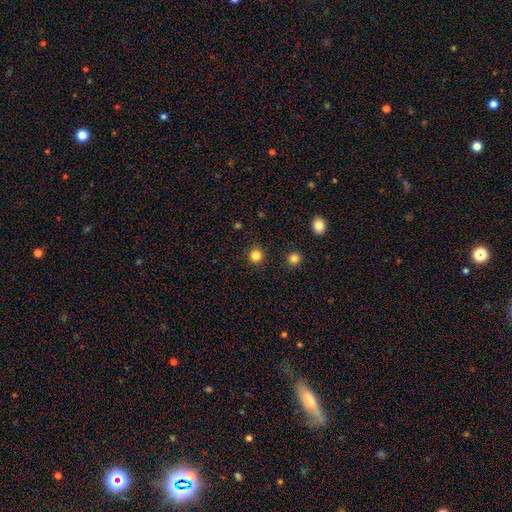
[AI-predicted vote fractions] Q: Smooth or featured?
A: smooth (84%); runner-up: star or artifact (13%)
Q: How rounded?
A: round (92%); runner-up: in between (7%)
Q: Merging?
A: none (91%); runner-up: minor disturbance (5%)